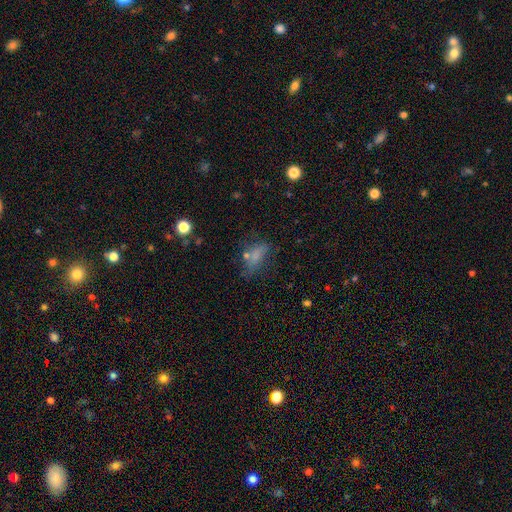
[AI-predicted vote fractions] Smooth or featured? smooth (58%)
How rounded? in between (70%)
Merging? none (52%)